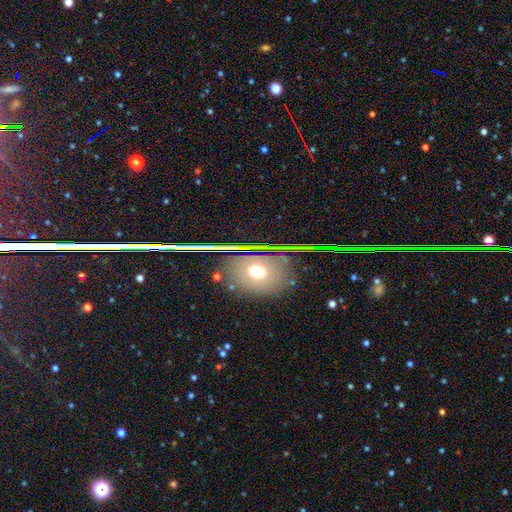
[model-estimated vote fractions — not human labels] Smooth or featured? star or artifact (41%)